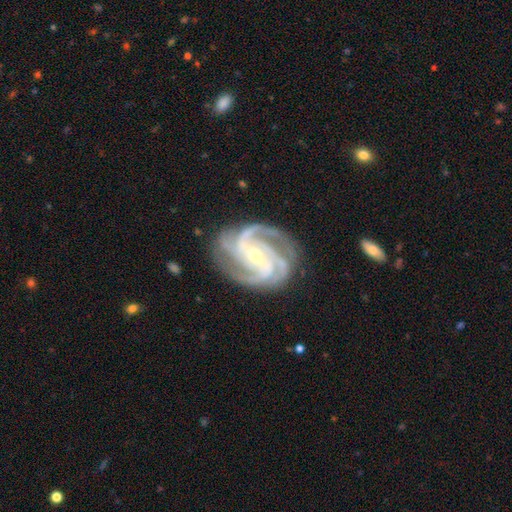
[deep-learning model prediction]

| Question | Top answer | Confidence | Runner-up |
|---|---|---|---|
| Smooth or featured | featured or disk | 93% | star or artifact (4%) |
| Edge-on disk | no | 98% | yes (2%) |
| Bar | no | 35% | weak (33%) |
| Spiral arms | yes | 99% | no (1%) |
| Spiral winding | tight | 53% | medium (41%) |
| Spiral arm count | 3 | 41% | 4 (38%) |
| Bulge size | small | 71% | moderate (26%) |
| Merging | none | 78% | minor disturbance (15%) |